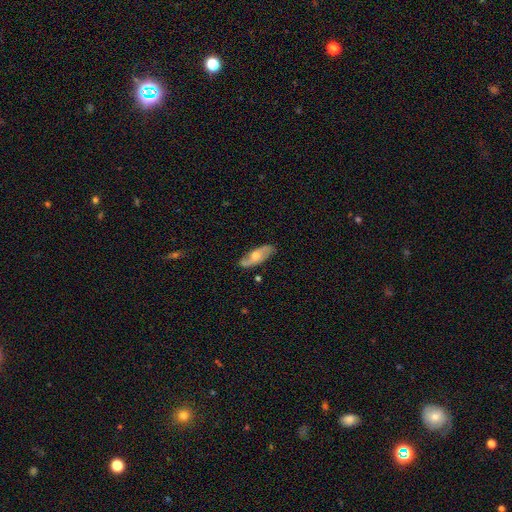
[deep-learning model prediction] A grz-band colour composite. It shows a featured or disk galaxy (63%) with no bar (63%), spiral arms (84%) and a moderate central bulge (63%). Merging: none (80%).